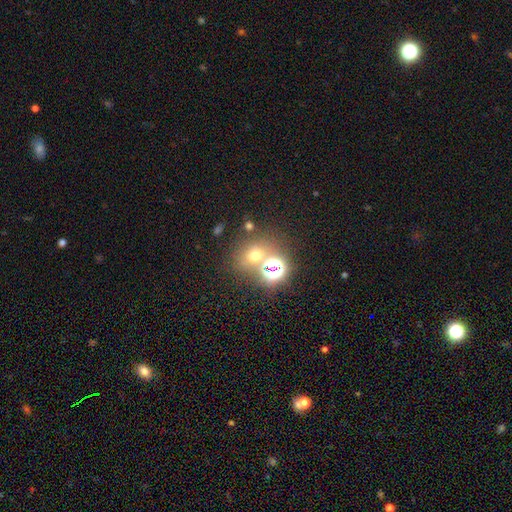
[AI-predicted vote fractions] smooth 56%, star or artifact 33%, featured or disk 11%. Down the decision tree: how rounded — round (71%); merging — none (61%).